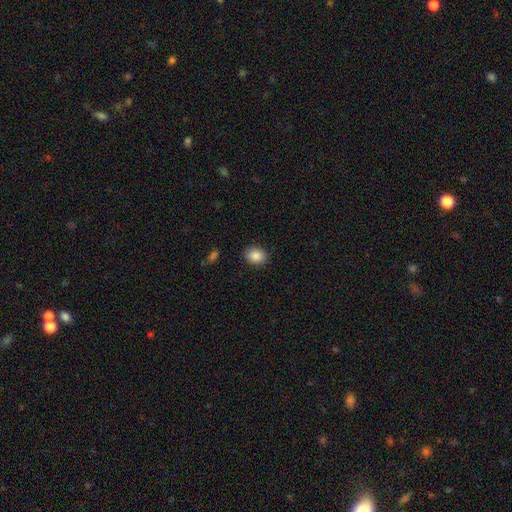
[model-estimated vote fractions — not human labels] smooth 87%, star or artifact 8%, featured or disk 4%. Down the decision tree: how rounded — in between (58%); merging — none (89%).